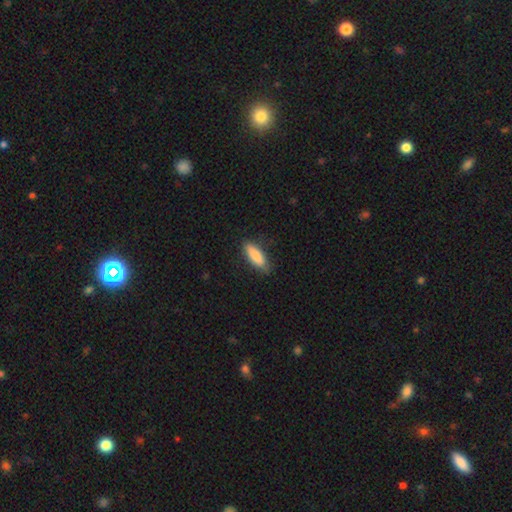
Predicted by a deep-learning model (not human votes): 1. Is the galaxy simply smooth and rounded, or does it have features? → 85% smooth, 9% featured or disk, 6% star or artifact.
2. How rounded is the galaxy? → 54% in between, 44% cigar-shaped, 2% round.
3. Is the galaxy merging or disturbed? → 82% none, 15% minor disturbance, 3% major disturbance, 1% merger.